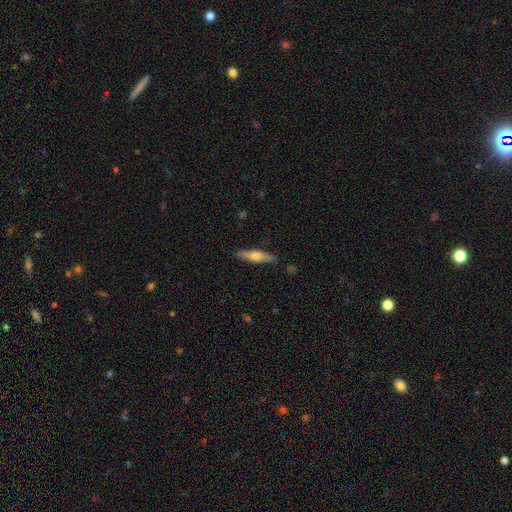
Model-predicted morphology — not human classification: This is possibly a smooth galaxy (53%). How rounded: likely cigar-shaped (76%). Merging: clearly none (88%).